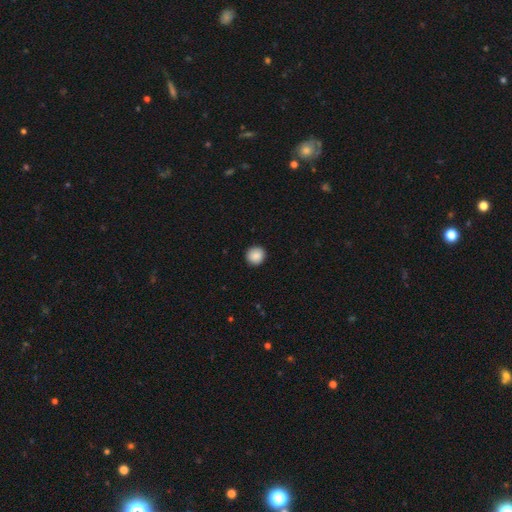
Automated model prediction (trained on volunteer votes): Q: Smooth or featured?
A: smooth (88%); runner-up: star or artifact (8%)
Q: How rounded?
A: round (93%); runner-up: in between (6%)
Q: Merging?
A: none (92%); runner-up: minor disturbance (5%)